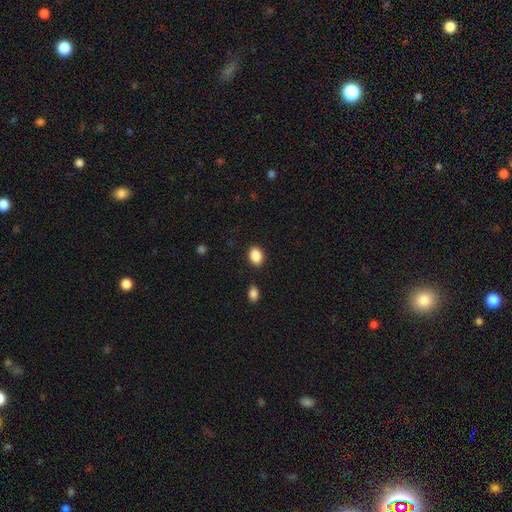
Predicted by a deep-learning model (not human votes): A smooth galaxy with no disk features (88%) that is in between round and cigar-shaped (72%).

Vote fractions:
- Smooth or featured? smooth: 88% / star or artifact: 8% / featured or disk: 4%
- How rounded? in between: 72% / round: 27% / cigar-shaped: 1%
- Merging? none: 86% / minor disturbance: 10% / major disturbance: 2% / merger: 2%